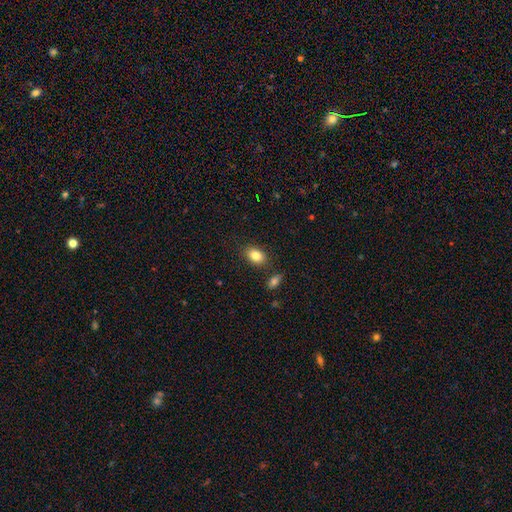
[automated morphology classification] smooth-or-featured: smooth: 84% | star or artifact: 8% | featured or disk: 8%
  how-rounded: in between: 81% | round: 18% | cigar-shaped: 1%
  merging: none: 83% | minor disturbance: 10% | merger: 5% | major disturbance: 3%